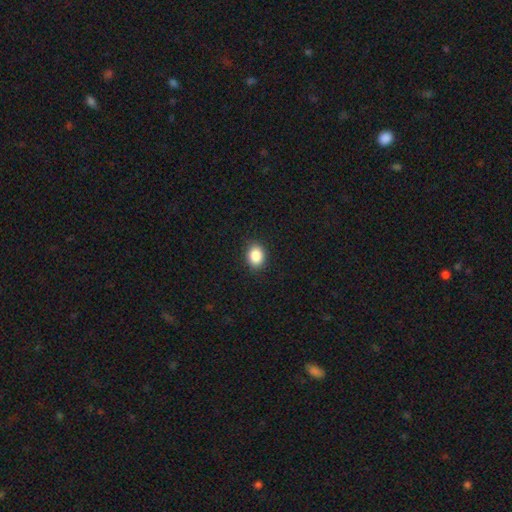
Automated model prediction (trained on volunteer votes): A smooth galaxy with no disk features (88%) that is in between round and cigar-shaped (55%).

Vote fractions:
- Smooth or featured? smooth: 88% / star or artifact: 9% / featured or disk: 4%
- How rounded? in between: 55% / round: 44% / cigar-shaped: 1%
- Merging? none: 89% / minor disturbance: 8% / major disturbance: 2% / merger: 1%